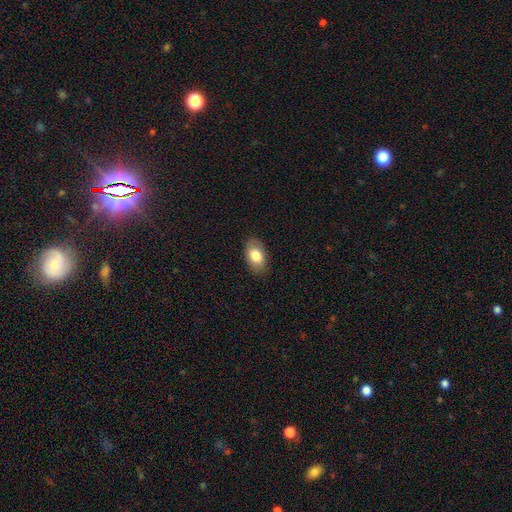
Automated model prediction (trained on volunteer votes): Smooth or featured: smooth — 79% (featured or disk — 14%)
How rounded: in between — 91% (round — 7%)
Merging: none — 84% (minor disturbance — 12%)